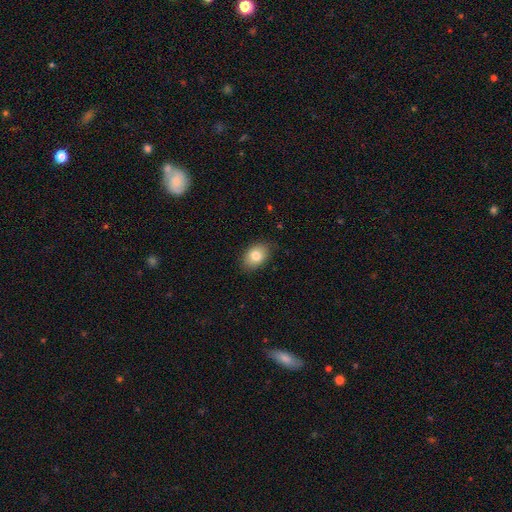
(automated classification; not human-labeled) smooth 81%, featured or disk 11%, star or artifact 8%. Down the decision tree: how rounded — in between (78%); merging — none (85%).